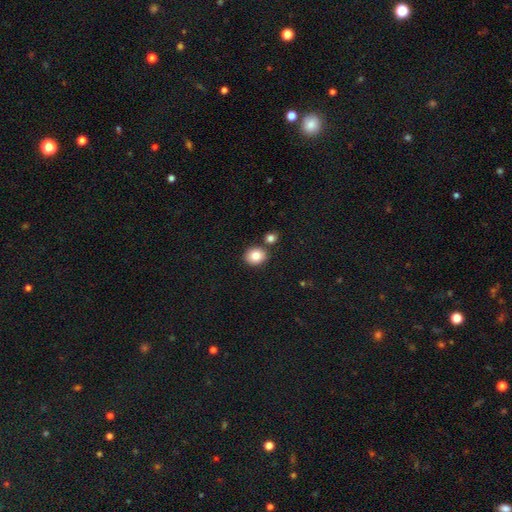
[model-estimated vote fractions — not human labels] Smooth or featured?
  - smooth: 85% *
  - star or artifact: 9%
  - featured or disk: 6%
How rounded?
  - round: 59% *
  - in between: 40%
  - cigar-shaped: 1%
Merging?
  - none: 78% *
  - merger: 11%
  - minor disturbance: 9%
  - major disturbance: 2%